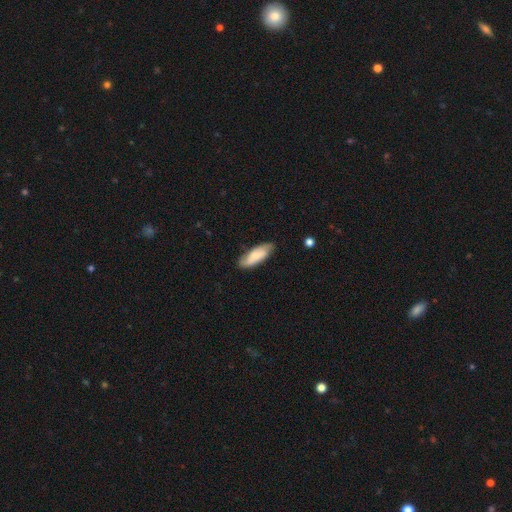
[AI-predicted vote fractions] Morphology: type=smooth (66%); roundness=in between (65%); merging=none (76%).